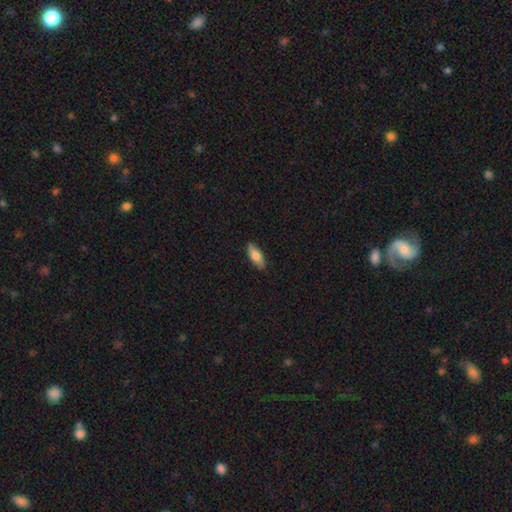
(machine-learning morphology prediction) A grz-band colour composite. It shows a smooth galaxy with no disk features (72%) that is in between round and cigar-shaped (69%). Merging: none (88%).